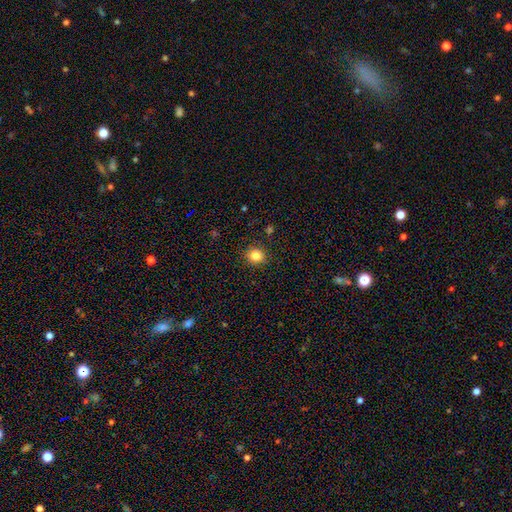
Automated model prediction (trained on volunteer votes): smooth 84%, star or artifact 11%, featured or disk 5%. Down the decision tree: how rounded — round (81%); merging — none (90%).